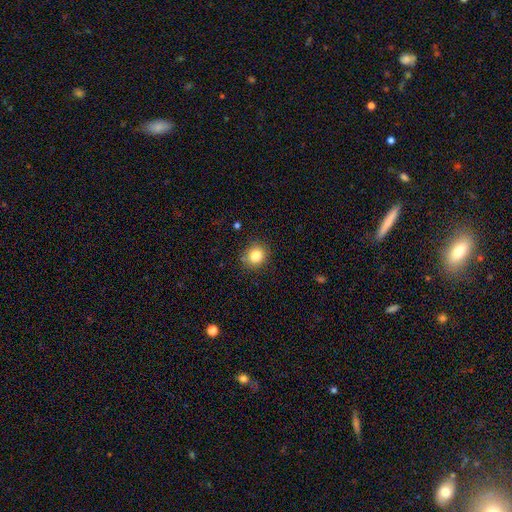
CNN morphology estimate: A smooth galaxy with no disk features (83%) that is round (85%).

Vote fractions:
- Smooth or featured? smooth: 83% / star or artifact: 11% / featured or disk: 6%
- How rounded? round: 85% / in between: 14% / cigar-shaped: 1%
- Merging? none: 85% / minor disturbance: 10% / major disturbance: 3% / merger: 2%